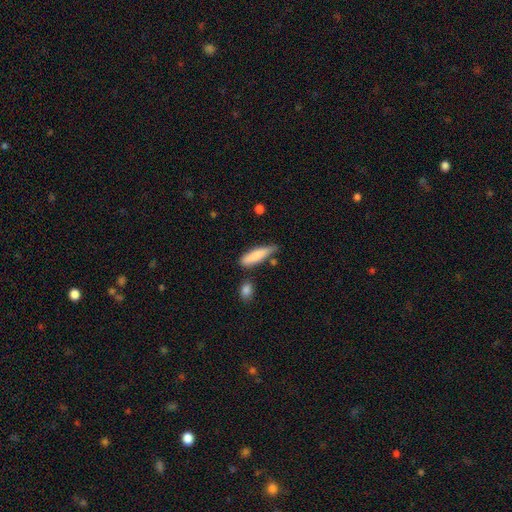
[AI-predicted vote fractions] Q: Smooth or featured?
A: smooth (80%); runner-up: featured or disk (13%)
Q: How rounded?
A: cigar-shaped (65%); runner-up: in between (33%)
Q: Merging?
A: none (57%); runner-up: minor disturbance (30%)